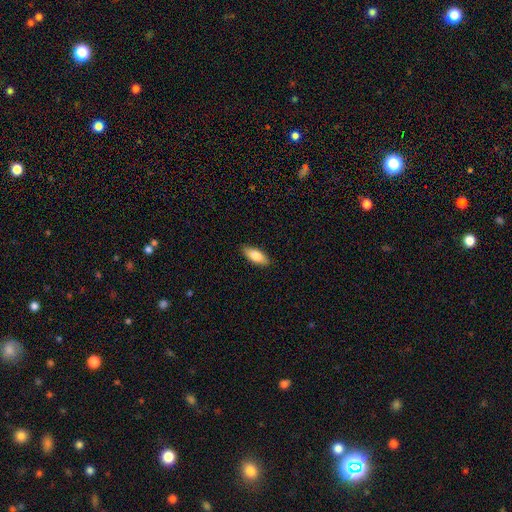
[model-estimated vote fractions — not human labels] Smooth or featured?
  - smooth: 80% *
  - featured or disk: 14%
  - star or artifact: 6%
How rounded?
  - in between: 78% *
  - cigar-shaped: 20%
  - round: 2%
Merging?
  - none: 88% *
  - minor disturbance: 9%
  - major disturbance: 2%
  - merger: 1%